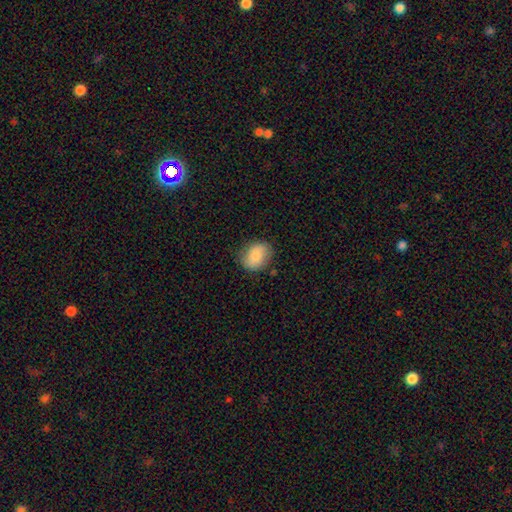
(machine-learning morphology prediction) This is clearly a smooth galaxy (81%). How rounded: possibly in between (54%). Merging: likely none (80%).